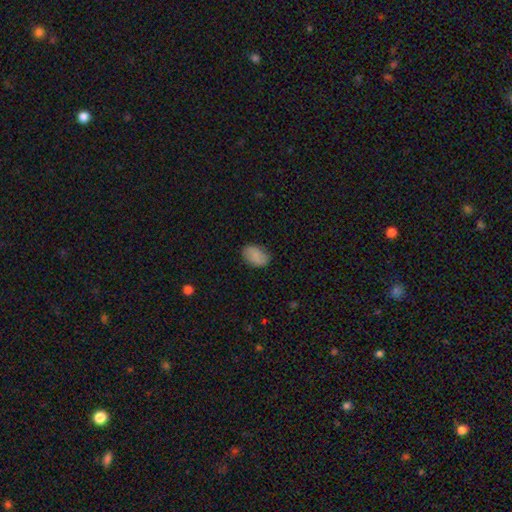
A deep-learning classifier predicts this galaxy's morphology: smooth-or-featured: smooth: 78% | featured or disk: 13% | star or artifact: 8%
  how-rounded: in between: 85% | round: 14% | cigar-shaped: 1%
  merging: none: 78% | minor disturbance: 17% | major disturbance: 4% | merger: 1%